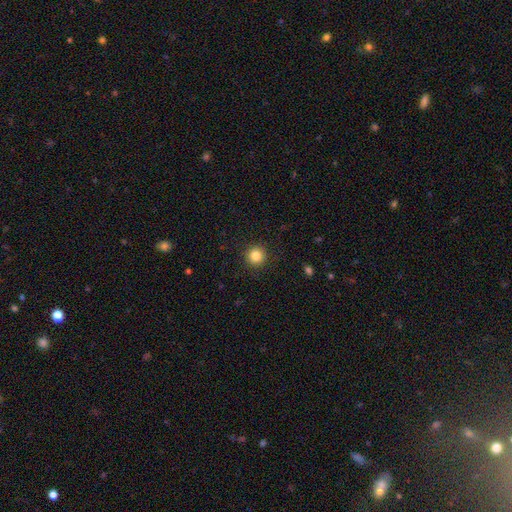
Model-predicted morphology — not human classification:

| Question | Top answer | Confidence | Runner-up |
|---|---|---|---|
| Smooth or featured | smooth | 84% | star or artifact (11%) |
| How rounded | round | 95% | in between (4%) |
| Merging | none | 92% | minor disturbance (5%) |